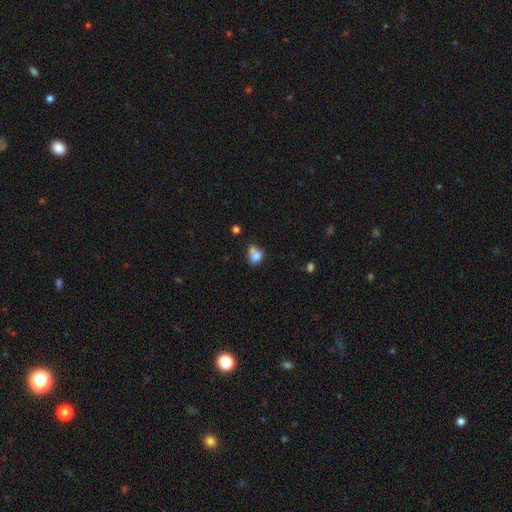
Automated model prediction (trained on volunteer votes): This is likely a smooth galaxy (75%). How rounded: possibly round (50%). Merging: marginally merger (41%).